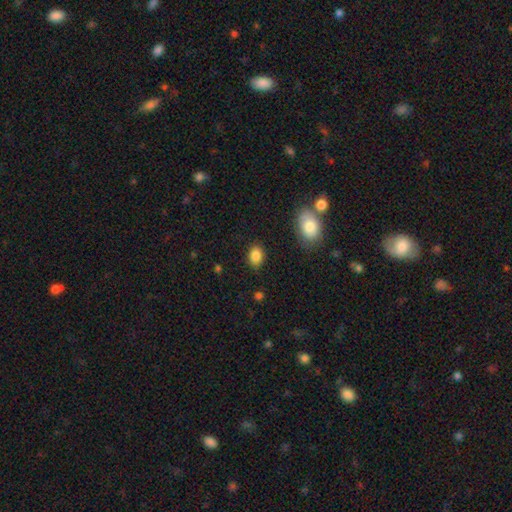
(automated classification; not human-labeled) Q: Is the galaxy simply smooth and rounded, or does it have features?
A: smooth — 86%.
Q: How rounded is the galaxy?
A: in between — 72%.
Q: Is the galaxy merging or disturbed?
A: none — 86%.